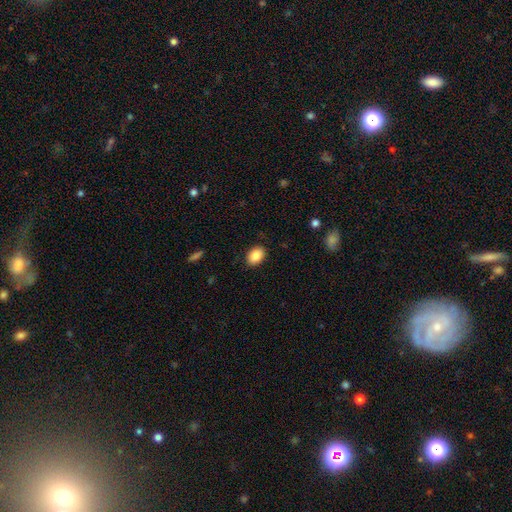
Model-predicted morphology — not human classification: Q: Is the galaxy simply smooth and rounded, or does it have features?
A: smooth — 87%.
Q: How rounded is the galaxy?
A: in between — 80%.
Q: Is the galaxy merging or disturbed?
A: none — 87%.